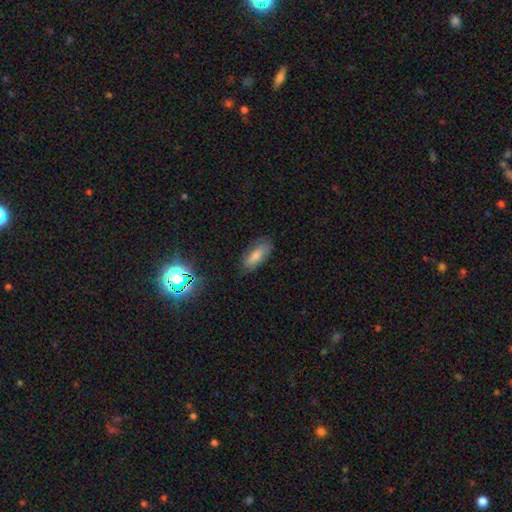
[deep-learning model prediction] A smooth galaxy with no disk features (65%) that is in between round and cigar-shaped (77%).

Vote fractions:
- Smooth or featured? smooth: 65% / featured or disk: 19% / star or artifact: 16%
- How rounded? in between: 77% / cigar-shaped: 20% / round: 4%
- Merging? none: 78% / minor disturbance: 17% / major disturbance: 4% / merger: 1%